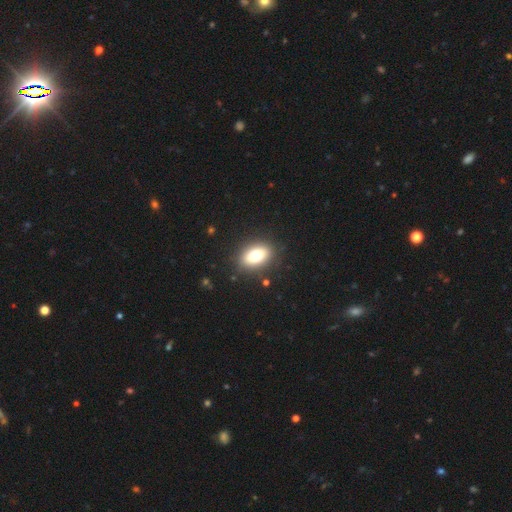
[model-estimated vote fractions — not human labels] Morphology: type=smooth (75%); roundness=in between (83%); merging=none (87%).